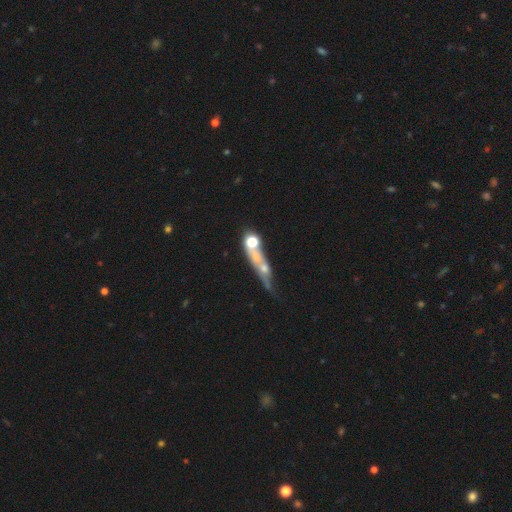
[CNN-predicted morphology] A featured or disk galaxy (50%). Merging: merger (40%).